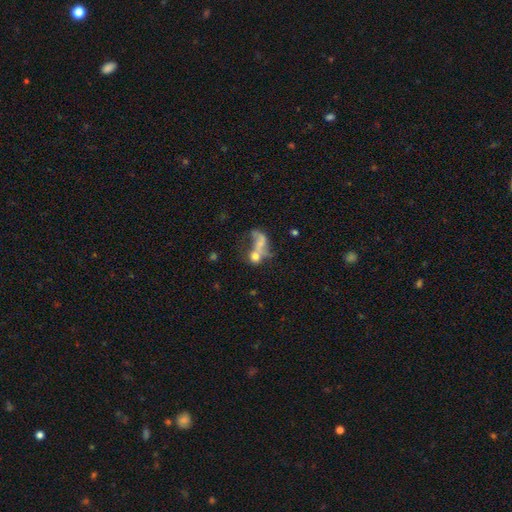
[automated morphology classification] Q: Smooth or featured?
A: smooth (49%); runner-up: featured or disk (35%)
Q: Merging?
A: merger (48%); runner-up: major disturbance (24%)